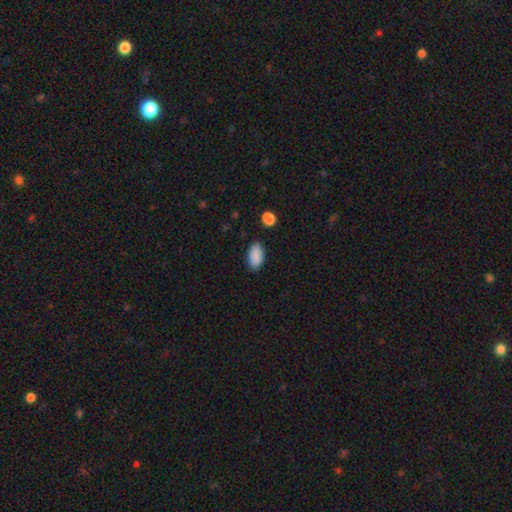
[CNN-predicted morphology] smooth-or-featured: smooth: 90% | star or artifact: 7% | featured or disk: 3%
  how-rounded: in between: 93% | round: 4% | cigar-shaped: 3%
  merging: none: 84% | minor disturbance: 11% | major disturbance: 3% | merger: 2%